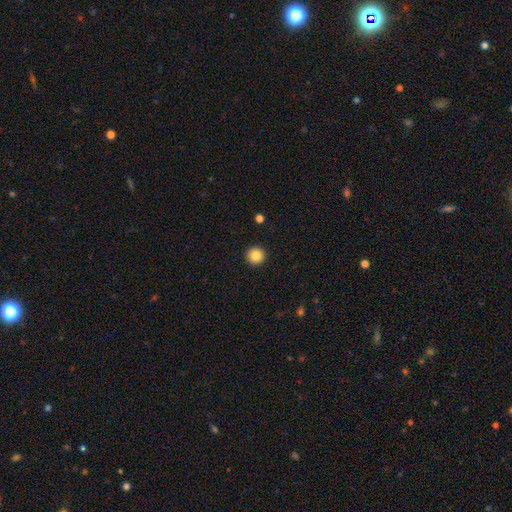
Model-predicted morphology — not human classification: type=smooth (86%); roundness=round (96%); merging=none (93%).